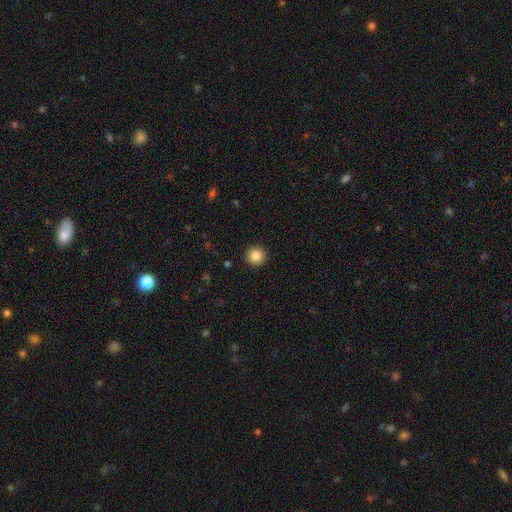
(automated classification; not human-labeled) Smooth or featured: smooth — 85% (star or artifact — 9%)
How rounded: round — 95% (in between — 4%)
Merging: none — 93% (minor disturbance — 4%)